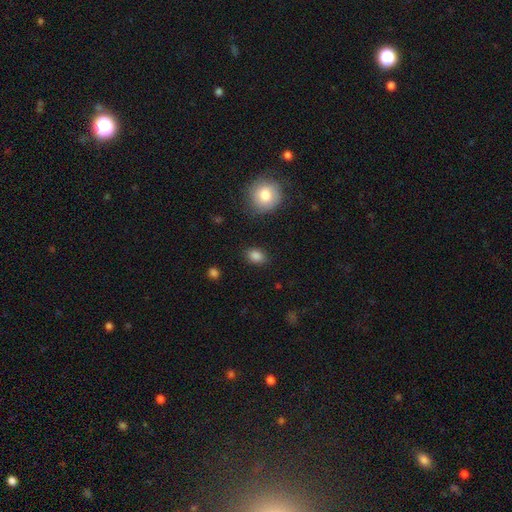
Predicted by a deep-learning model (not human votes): Smooth or featured: smooth — 86% (star or artifact — 9%)
How rounded: in between — 72% (round — 27%)
Merging: none — 86% (minor disturbance — 10%)